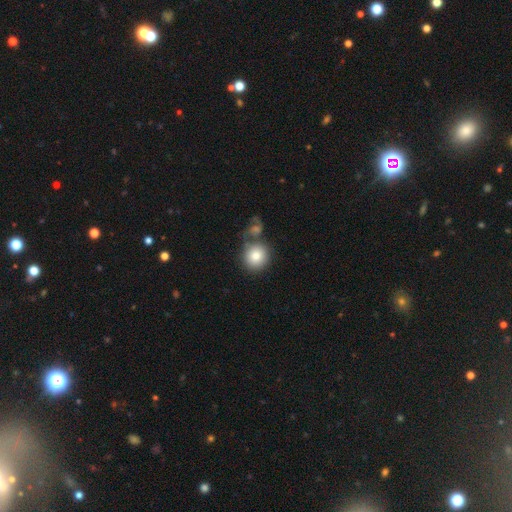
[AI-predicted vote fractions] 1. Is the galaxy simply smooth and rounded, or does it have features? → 82% smooth, 10% featured or disk, 8% star or artifact.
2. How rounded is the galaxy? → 89% round, 10% in between, 1% cigar-shaped.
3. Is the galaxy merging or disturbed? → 56% none, 28% merger, 11% minor disturbance, 5% major disturbance.